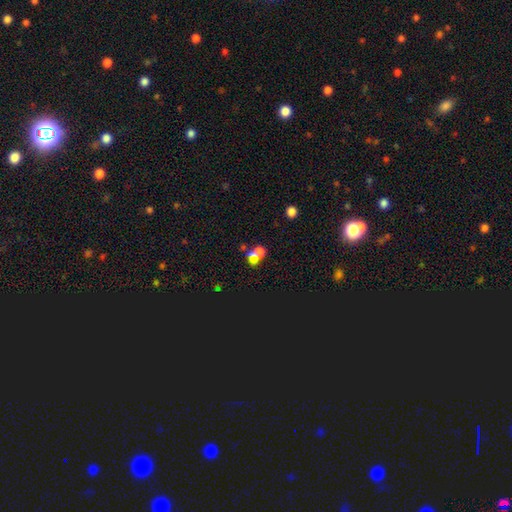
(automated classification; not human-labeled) Smooth or featured?
  - smooth: 52% *
  - star or artifact: 27%
  - featured or disk: 21%
How rounded?
  - round: 60% *
  - in between: 37%
  - cigar-shaped: 2%
Merging?
  - merger: 53% *
  - none: 34%
  - minor disturbance: 7%
  - major disturbance: 6%